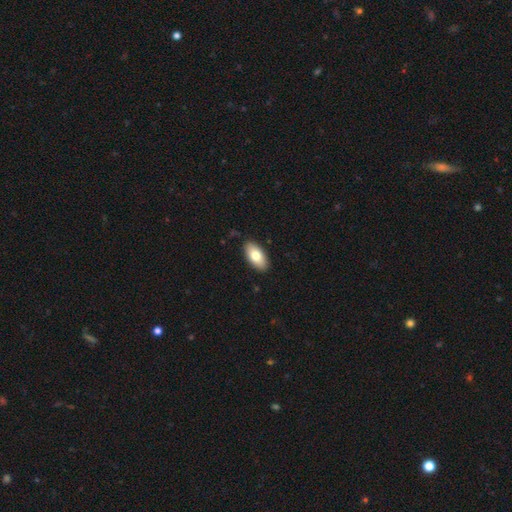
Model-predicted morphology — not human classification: Overall: smooth (78%). How rounded: in between (93%). Merging: none (89%).